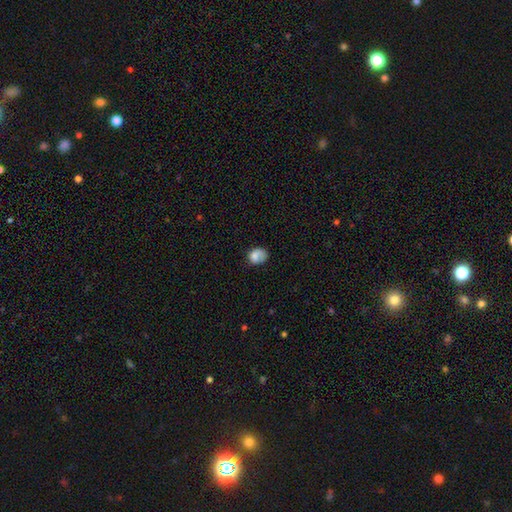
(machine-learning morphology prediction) smooth-or-featured: smooth: 79% | featured or disk: 13% | star or artifact: 9%
  how-rounded: in between: 54% | round: 45% | cigar-shaped: 1%
  merging: none: 51% | minor disturbance: 30% | major disturbance: 16% | merger: 3%